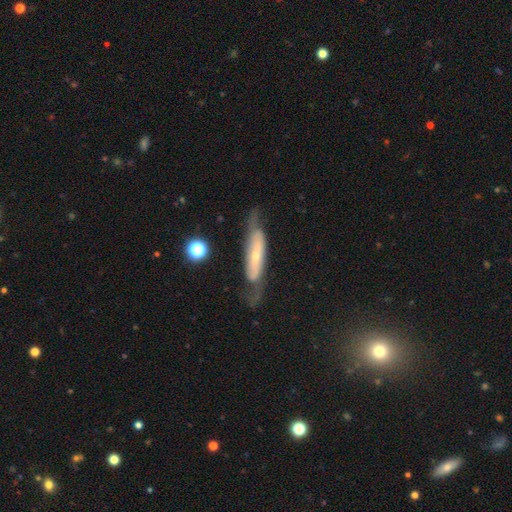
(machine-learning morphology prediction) Q: Smooth or featured?
A: featured or disk (66%); runner-up: smooth (27%)
Q: Edge-on disk?
A: no (67%); runner-up: yes (33%)
Q: Merging?
A: none (58%); runner-up: minor disturbance (23%)